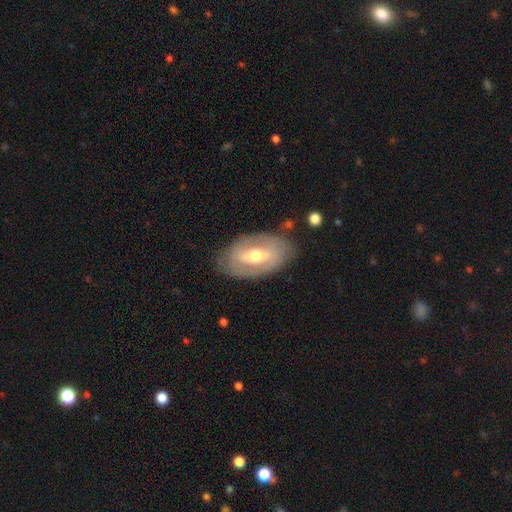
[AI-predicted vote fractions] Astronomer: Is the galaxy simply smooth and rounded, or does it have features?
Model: featured or disk — 68%.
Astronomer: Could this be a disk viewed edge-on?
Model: no — 91%.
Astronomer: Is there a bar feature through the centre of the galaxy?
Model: strong — 42% (runner-up: weak, 37%).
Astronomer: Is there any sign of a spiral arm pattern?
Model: yes — 55% (runner-up: no, 45%).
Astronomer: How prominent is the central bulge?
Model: moderate — 69%.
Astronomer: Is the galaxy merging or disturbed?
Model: none — 77%.